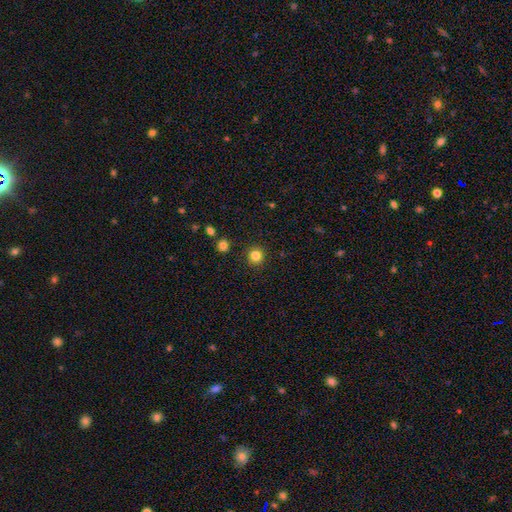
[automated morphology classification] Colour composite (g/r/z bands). It shows a smooth galaxy with no disk features (83%) that is round (95%). Merging: none (92%).